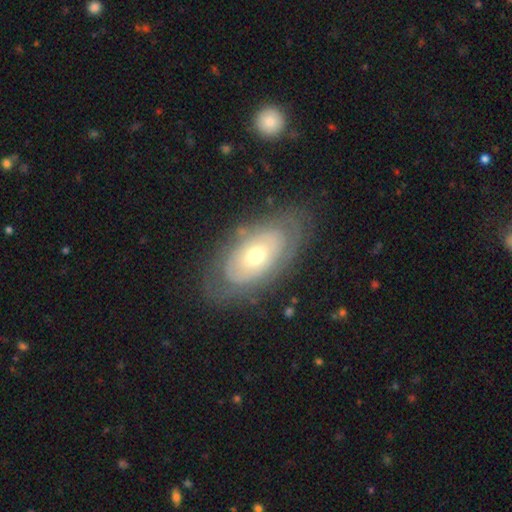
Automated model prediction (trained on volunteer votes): A featured or disk galaxy (66%) with no bar (84%), spiral arms (52%) and a moderate central bulge (59%).

Vote fractions:
- Smooth or featured? featured or disk: 66% / smooth: 27% / star or artifact: 6%
- Edge-on disk? no: 91% / yes: 9%
- Bar? no: 84% / weak: 12% / strong: 4%
- Spiral arms? yes: 52% / no: 48%
- Bulge size? moderate: 59% / small: 35% / large: 4% / dominant: 1% / none: 1%
- Merging? none: 78% / minor disturbance: 14% / major disturbance: 6% / merger: 2%